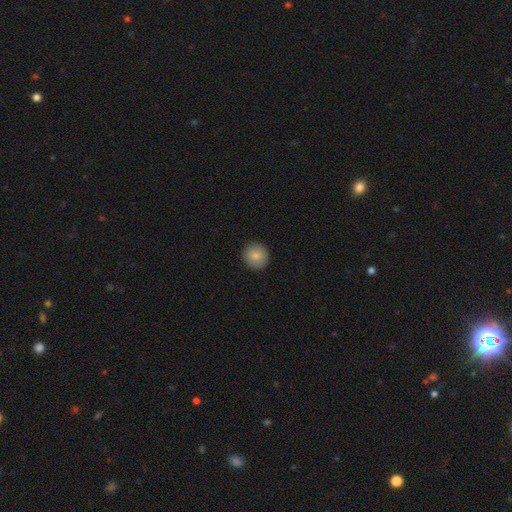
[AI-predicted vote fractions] Smooth or featured?
  - smooth: 85% *
  - star or artifact: 9%
  - featured or disk: 7%
How rounded?
  - round: 93% *
  - in between: 6%
  - cigar-shaped: 1%
Merging?
  - none: 92% *
  - minor disturbance: 5%
  - major disturbance: 2%
  - merger: 1%